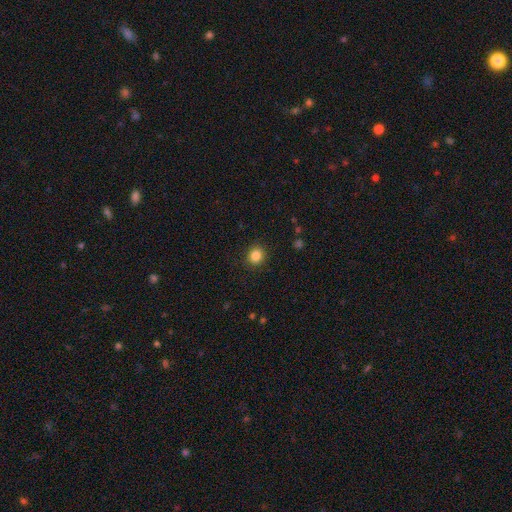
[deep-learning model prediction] smooth-or-featured: smooth: 85% | star or artifact: 11% | featured or disk: 4%
  how-rounded: round: 85% | in between: 14% | cigar-shaped: 1%
  merging: none: 90% | minor disturbance: 6% | major disturbance: 2% | merger: 1%